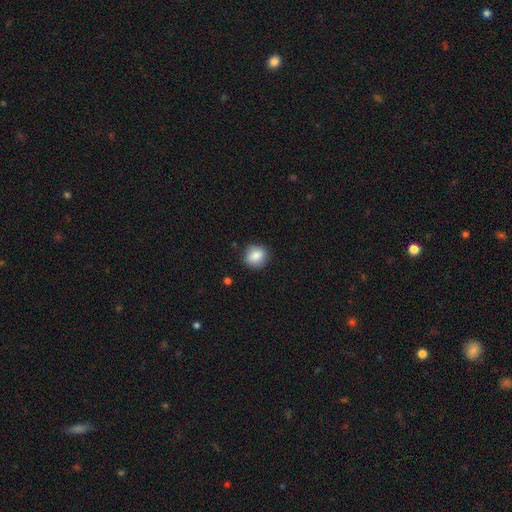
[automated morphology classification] Smooth or featured?
  - smooth: 86% *
  - star or artifact: 8%
  - featured or disk: 6%
How rounded?
  - round: 74% *
  - in between: 24%
  - cigar-shaped: 1%
Merging?
  - none: 86% *
  - minor disturbance: 11%
  - major disturbance: 2%
  - merger: 1%